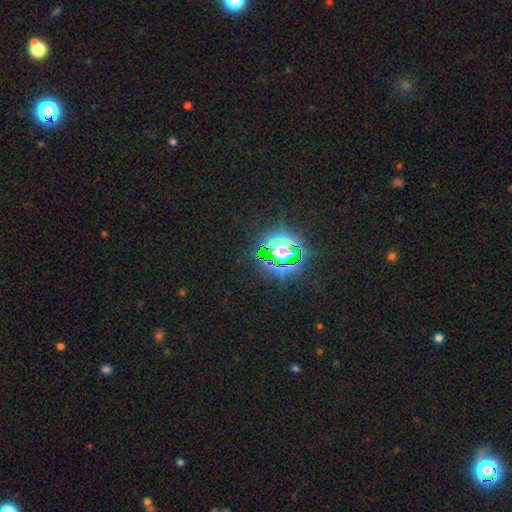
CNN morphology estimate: smooth_or_featured: star or artifact (p=0.81) [alt: smooth p=0.12]